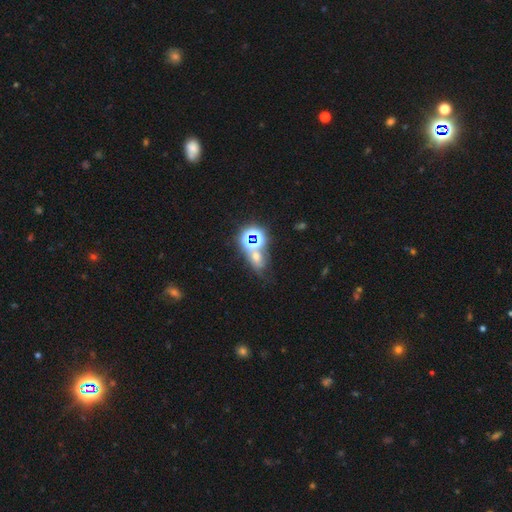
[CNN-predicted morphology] A star or artifact, not a galaxy (57%).

Vote fractions:
- Smooth or featured? star or artifact: 57% / smooth: 29% / featured or disk: 13%